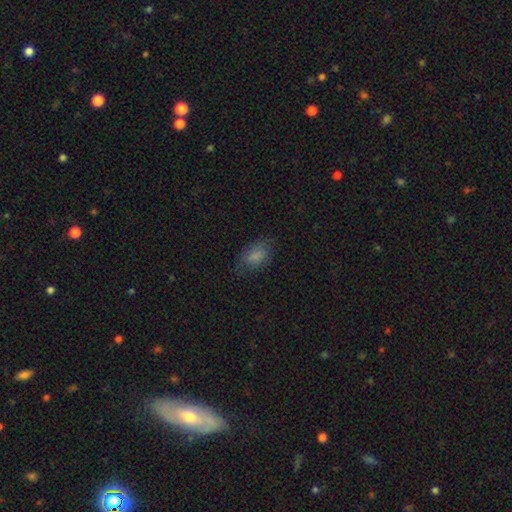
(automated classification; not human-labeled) Q: Smooth or featured?
A: smooth (79%); runner-up: featured or disk (11%)
Q: How rounded?
A: in between (89%); runner-up: round (9%)
Q: Merging?
A: none (68%); runner-up: minor disturbance (23%)